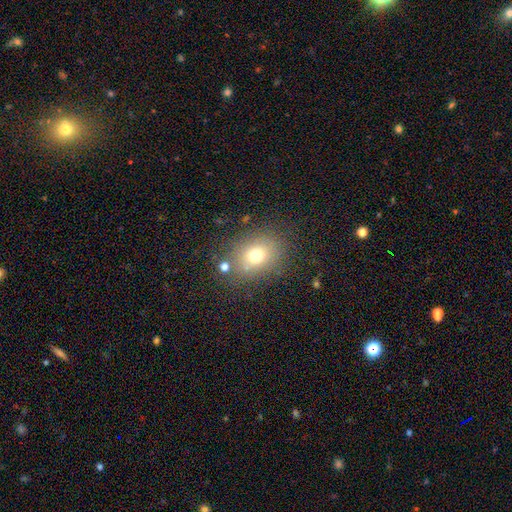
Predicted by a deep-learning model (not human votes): The model was most divided on "how rounded": in between: 51%, round: 48%, cigar-shaped: 1%. More confident: merging — none (75%); smooth or featured — smooth (71%).